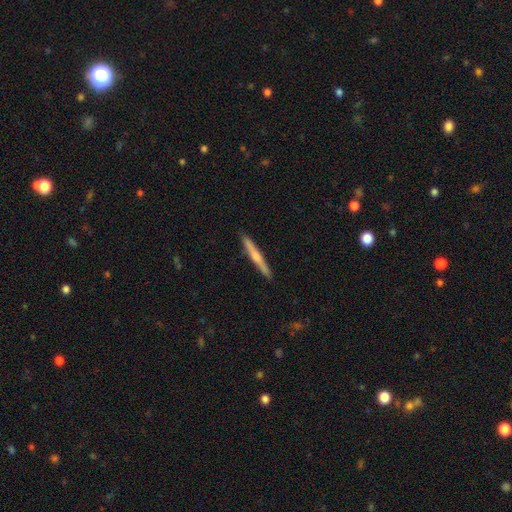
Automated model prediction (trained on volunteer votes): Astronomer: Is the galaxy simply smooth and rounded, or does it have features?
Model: featured or disk — 53% (runner-up: smooth, 42%).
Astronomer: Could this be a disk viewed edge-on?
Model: yes — 98%.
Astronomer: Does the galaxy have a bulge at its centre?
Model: rounded — 68%.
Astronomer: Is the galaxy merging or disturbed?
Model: none — 91%.